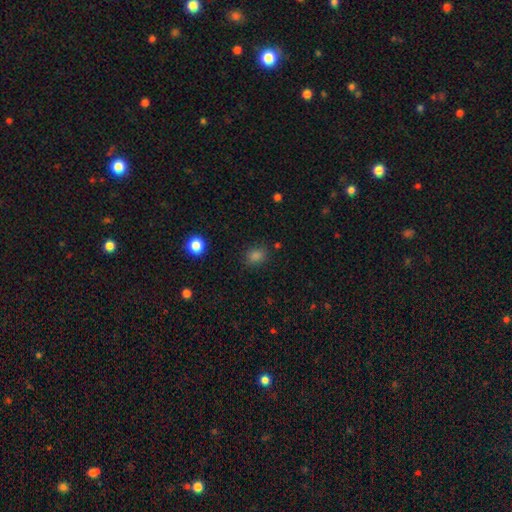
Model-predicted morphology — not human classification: Smooth or featured?
  - smooth: 80% *
  - star or artifact: 16%
  - featured or disk: 4%
How rounded?
  - round: 53% *
  - in between: 46%
  - cigar-shaped: 1%
Merging?
  - none: 83% *
  - minor disturbance: 11%
  - major disturbance: 3%
  - merger: 2%